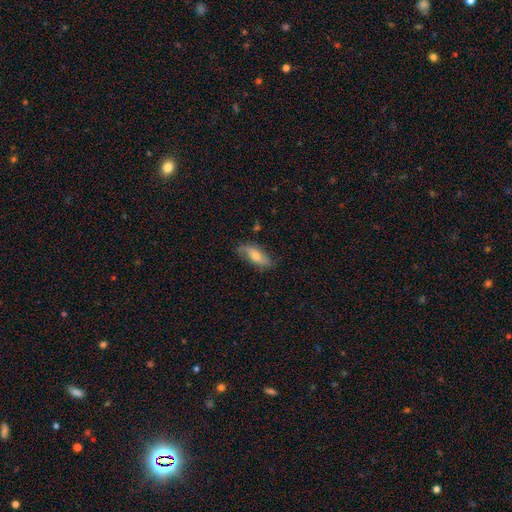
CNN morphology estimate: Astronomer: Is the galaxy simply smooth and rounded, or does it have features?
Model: smooth — 53% (runner-up: featured or disk, 40%).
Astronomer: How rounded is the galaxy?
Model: in between — 73%.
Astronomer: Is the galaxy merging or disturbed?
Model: none — 70%.